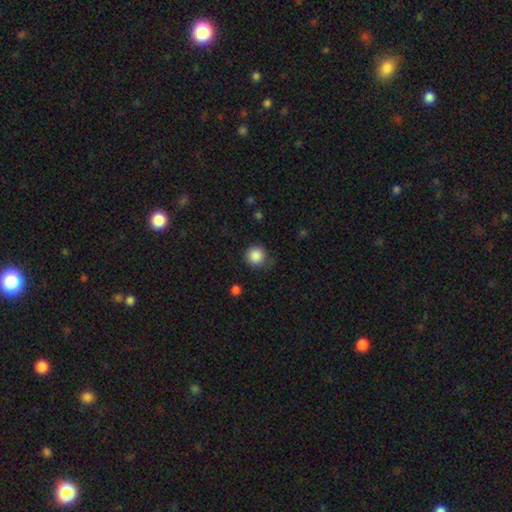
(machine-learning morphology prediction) Smooth or featured: smooth — 87% (star or artifact — 9%)
How rounded: round — 94% (in between — 5%)
Merging: none — 81% (minor disturbance — 14%)